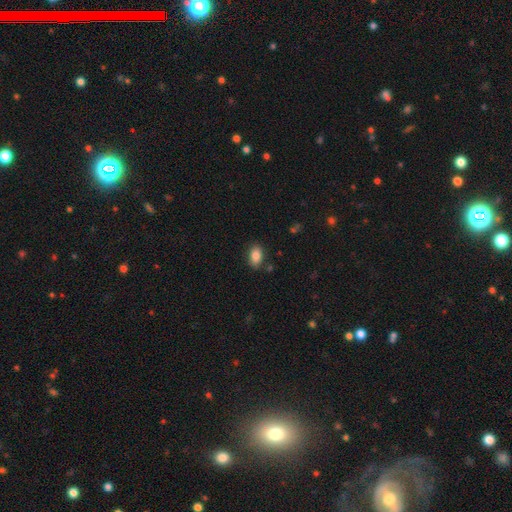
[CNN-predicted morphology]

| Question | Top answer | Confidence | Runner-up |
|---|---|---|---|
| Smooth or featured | smooth | 85% | star or artifact (8%) |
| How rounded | in between | 88% | round (10%) |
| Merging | none | 84% | minor disturbance (11%) |